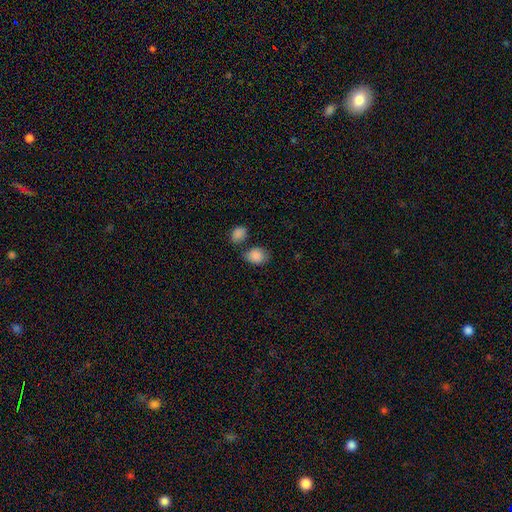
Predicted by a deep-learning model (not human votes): This appears to be a smooth galaxy with no disk features (87%) that is in between round and cigar-shaped (65%). Merging: none (52%).